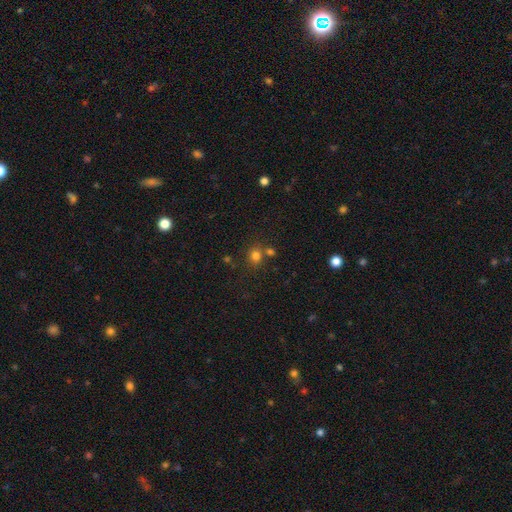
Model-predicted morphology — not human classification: Overall: smooth (77%). How rounded: round (77%). Merging: none (67%).